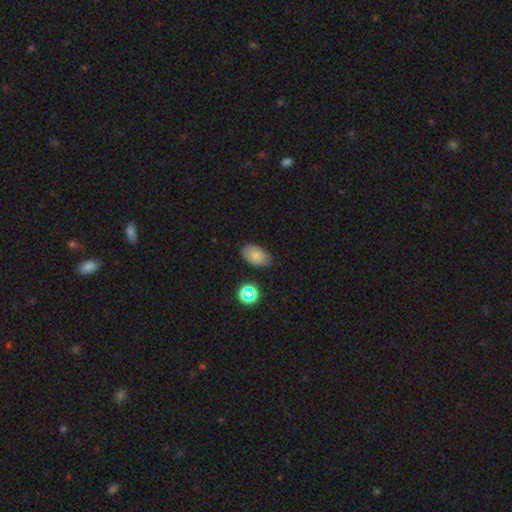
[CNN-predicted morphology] The model was most divided on "smooth or featured": smooth: 77%, star or artifact: 12%, featured or disk: 11%. More confident: how rounded — in between (90%); merging — none (80%).